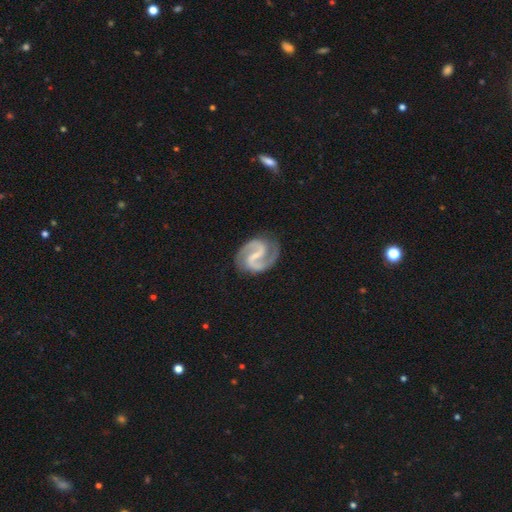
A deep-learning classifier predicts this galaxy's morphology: featured or disk 93%, smooth 4%, star or artifact 4%. Down the decision tree: edge-on disk — no (98%); bar — strong (46%); spiral arms — yes (98%); spiral arm count — 2 (94%); spiral winding — medium (60%); bulge size — small (56%); merging — none (83%).